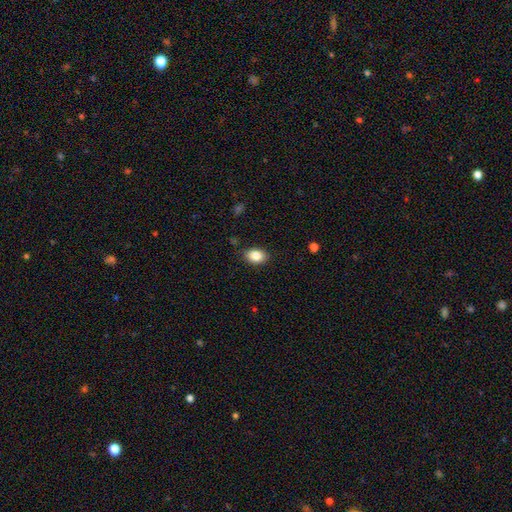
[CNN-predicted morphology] Smooth or featured?
  - smooth: 86% *
  - star or artifact: 8%
  - featured or disk: 6%
How rounded?
  - in between: 76% *
  - round: 23%
  - cigar-shaped: 1%
Merging?
  - none: 85% *
  - minor disturbance: 11%
  - major disturbance: 2%
  - merger: 1%